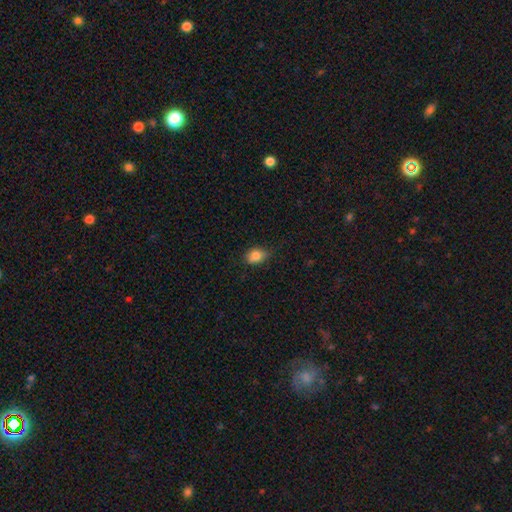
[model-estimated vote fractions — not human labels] Smooth or featured? smooth (83%)
How rounded? in between (68%)
Merging? none (71%)